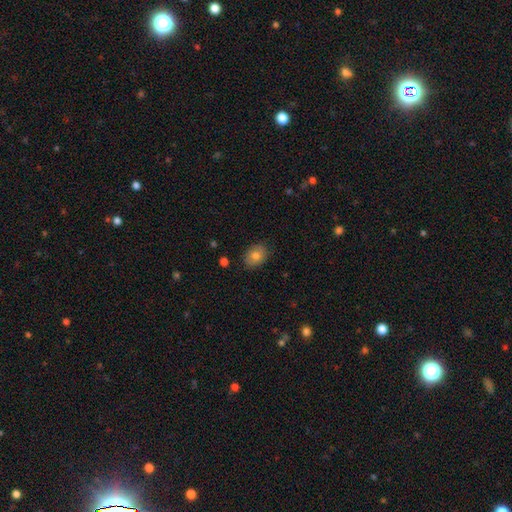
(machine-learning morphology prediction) Q: Smooth or featured?
A: smooth (79%); runner-up: featured or disk (13%)
Q: How rounded?
A: in between (64%); runner-up: round (35%)
Q: Merging?
A: none (85%); runner-up: minor disturbance (12%)